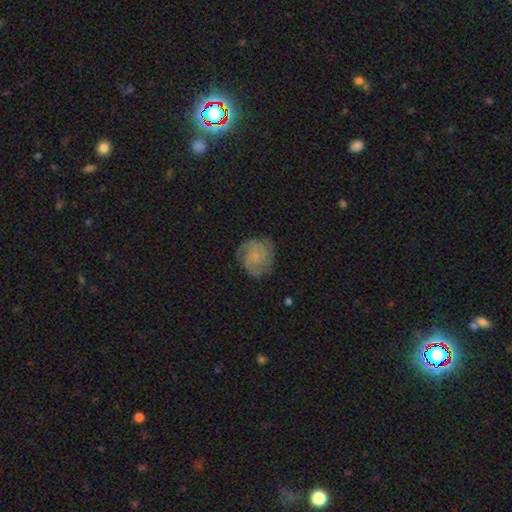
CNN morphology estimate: featured or disk 66%, smooth 26%, star or artifact 8%. Down the decision tree: edge-on disk — no (98%); bar — no (78%); spiral arms — yes (92%); spiral arm count — 3 (32%); spiral winding — tight (55%); bulge size — small (59%); merging — none (75%).